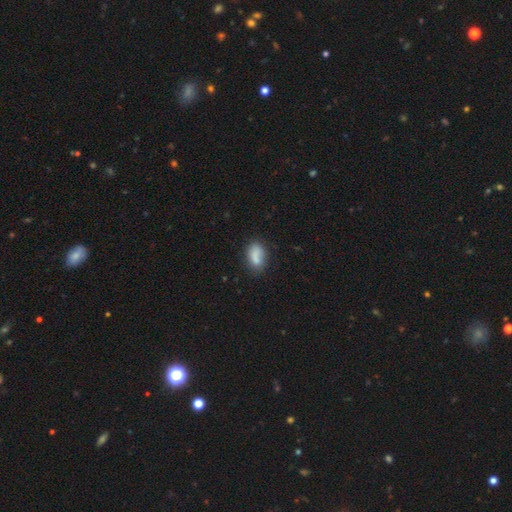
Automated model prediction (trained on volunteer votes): This appears to be a smooth galaxy with no disk features (77%) that is in between round and cigar-shaped (86%). Merging: none (60%).